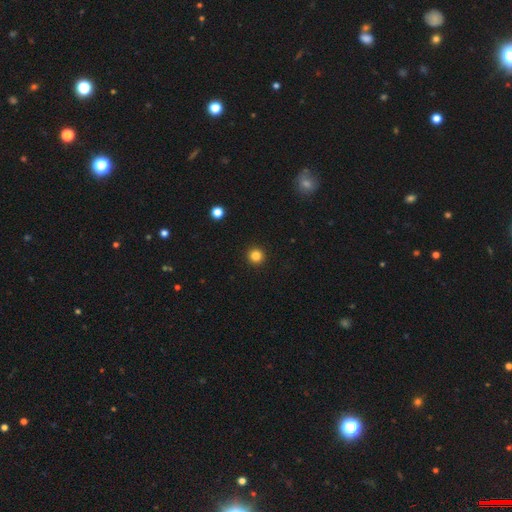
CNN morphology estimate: A smooth galaxy with no disk features (83%) that is round (96%).

Vote fractions:
- Smooth or featured? smooth: 83% / star or artifact: 12% / featured or disk: 4%
- How rounded? round: 96% / in between: 3% / cigar-shaped: 1%
- Merging? none: 94% / minor disturbance: 4% / major disturbance: 1% / merger: 1%